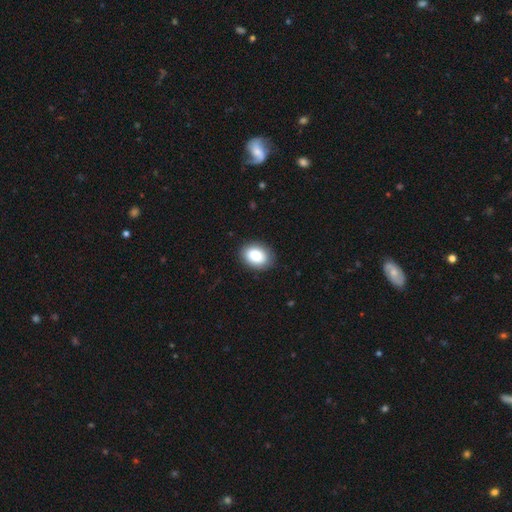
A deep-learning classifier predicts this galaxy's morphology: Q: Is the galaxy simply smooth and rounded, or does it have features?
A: smooth — 86%.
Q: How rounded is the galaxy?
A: in between — 77%.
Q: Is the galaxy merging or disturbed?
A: none — 87%.